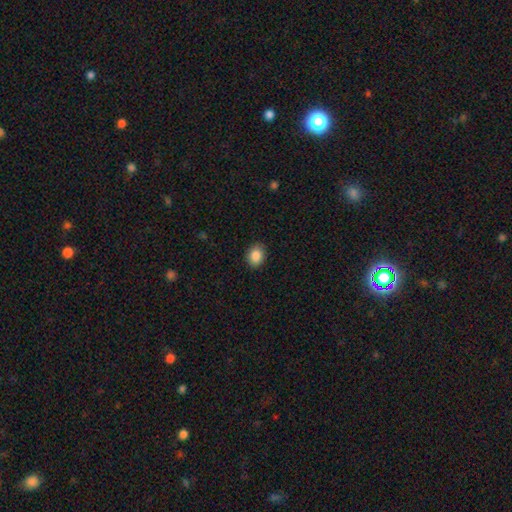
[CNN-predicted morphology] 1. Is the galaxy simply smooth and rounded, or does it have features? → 87% smooth, 9% star or artifact, 4% featured or disk.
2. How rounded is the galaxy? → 54% in between, 45% round, 1% cigar-shaped.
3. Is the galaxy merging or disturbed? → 88% none, 8% minor disturbance, 2% major disturbance, 1% merger.